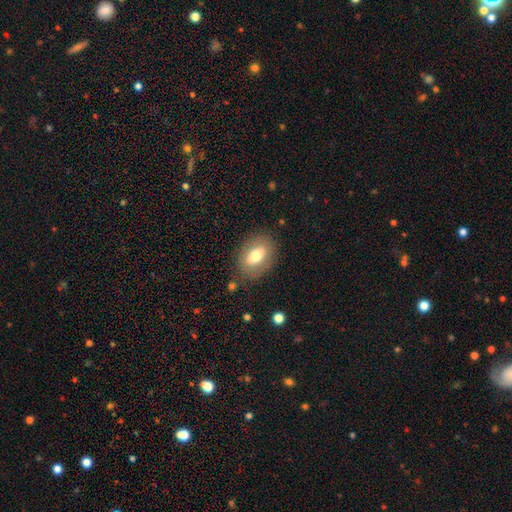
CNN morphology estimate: smooth_or_featured: smooth (p=0.69) [alt: featured or disk p=0.23]
how_rounded: in between (p=0.80) [alt: round p=0.19]
merging: none (p=0.81) [alt: minor disturbance p=0.12]